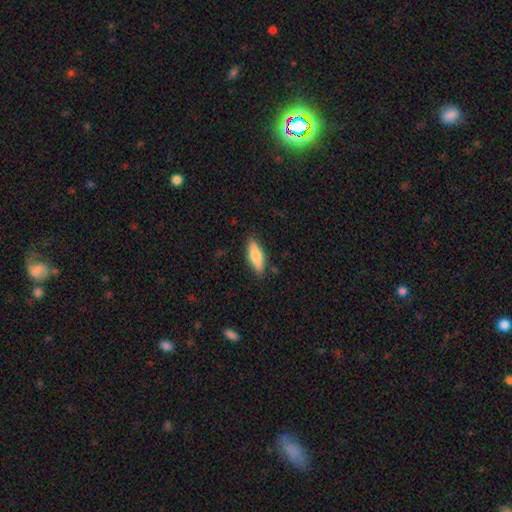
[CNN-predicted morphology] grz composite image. It shows a smooth galaxy with no disk features (73%) that is in between round and cigar-shaped (54%). Merging: none (85%).